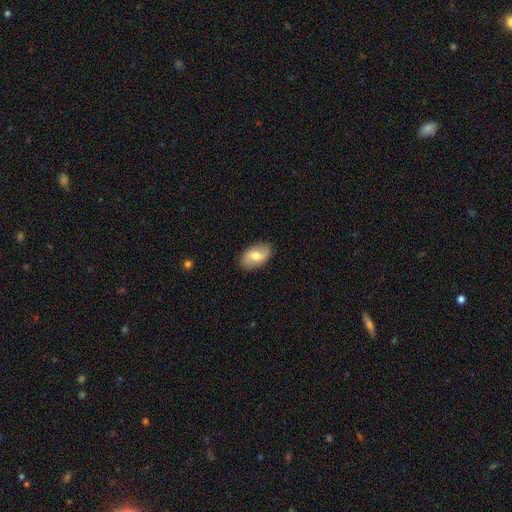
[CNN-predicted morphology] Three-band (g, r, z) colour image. It shows a smooth galaxy with no disk features (56%) that is in between round and cigar-shaped (91%). Merging: none (86%).